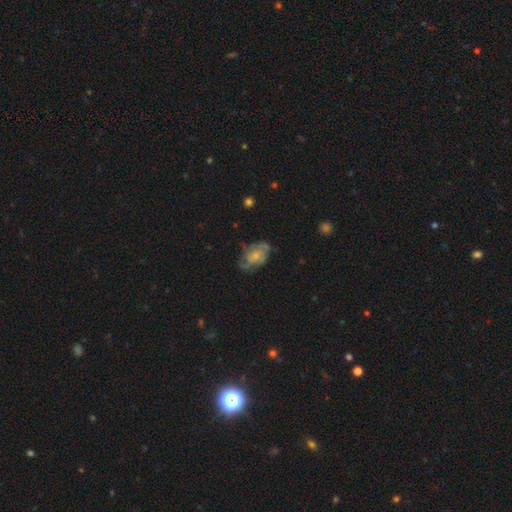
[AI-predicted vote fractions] Smooth or featured?
  - featured or disk: 61% *
  - smooth: 31%
  - star or artifact: 8%
Edge-on disk?
  - no: 96% *
  - yes: 4%
Bar?
  - no: 79% *
  - weak: 18%
  - strong: 3%
Spiral arms?
  - yes: 69% *
  - no: 31%
Bulge size?
  - small: 47% *
  - moderate: 34%
  - none: 12%
  - large: 6%
  - dominant: 1%
Merging?
  - none: 51% *
  - minor disturbance: 26%
  - major disturbance: 21%
  - merger: 2%